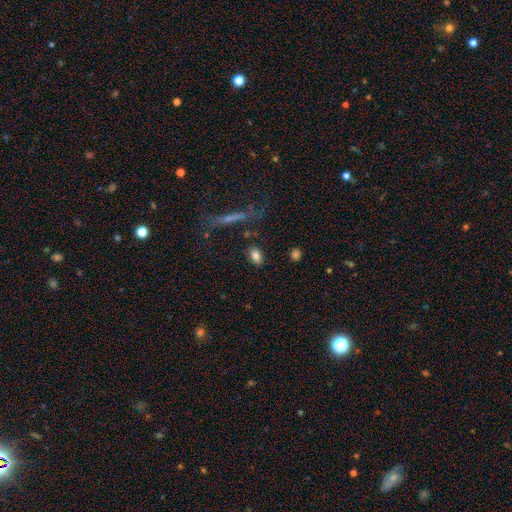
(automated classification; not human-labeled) A smooth galaxy with no disk features (83%) that is in between round and cigar-shaped (85%).

Vote fractions:
- Smooth or featured? smooth: 83% / star or artifact: 9% / featured or disk: 9%
- How rounded? in between: 85% / round: 11% / cigar-shaped: 5%
- Merging? none: 83% / minor disturbance: 11% / major disturbance: 3% / merger: 3%